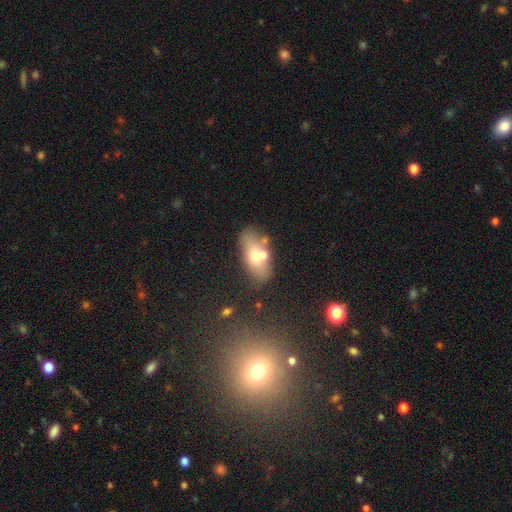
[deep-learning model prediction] A smooth galaxy with no disk features (58%) that is in between round and cigar-shaped (84%). Merging: none (48%).